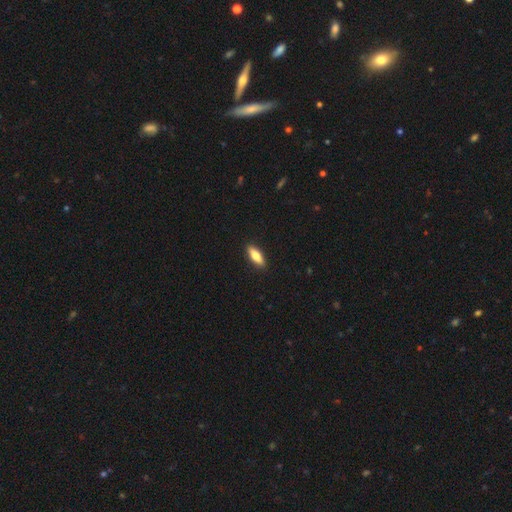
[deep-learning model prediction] Smooth or featured: smooth — 71% (featured or disk — 23%)
How rounded: in between — 57% (cigar-shaped — 41%)
Merging: none — 90% (minor disturbance — 7%)